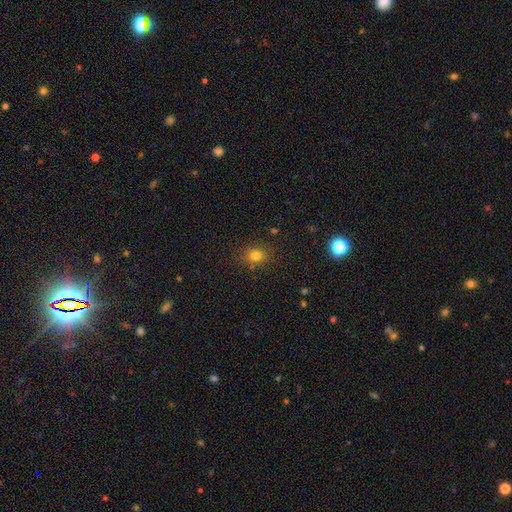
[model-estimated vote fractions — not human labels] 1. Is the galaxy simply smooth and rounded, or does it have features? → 78% smooth, 15% star or artifact, 7% featured or disk.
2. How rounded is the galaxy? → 63% round, 36% in between, 1% cigar-shaped.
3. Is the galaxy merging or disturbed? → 81% none, 12% minor disturbance, 4% major disturbance, 3% merger.